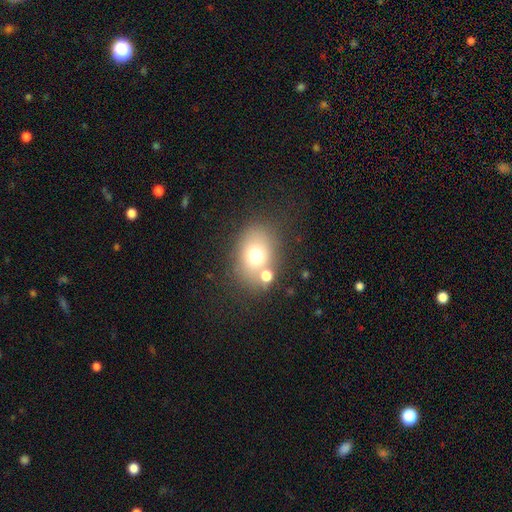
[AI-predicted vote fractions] A smooth galaxy with no disk features (69%) that is in between round and cigar-shaped (62%).

Vote fractions:
- Smooth or featured? smooth: 69% / featured or disk: 17% / star or artifact: 14%
- How rounded? in between: 62% / round: 37% / cigar-shaped: 1%
- Merging? none: 65% / merger: 17% / minor disturbance: 13% / major disturbance: 6%